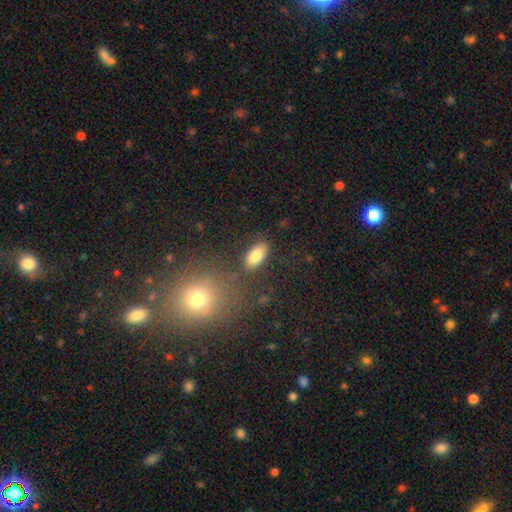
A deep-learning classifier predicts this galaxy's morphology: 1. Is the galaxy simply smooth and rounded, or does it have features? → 82% smooth, 11% featured or disk, 8% star or artifact.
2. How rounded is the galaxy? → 90% in between, 7% cigar-shaped, 4% round.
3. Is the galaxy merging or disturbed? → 83% none, 11% minor disturbance, 3% merger, 3% major disturbance.